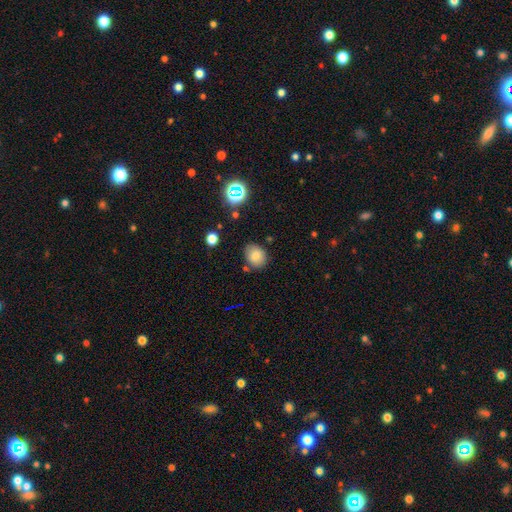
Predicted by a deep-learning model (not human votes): This is likely a smooth galaxy (79%). How rounded: possibly round (51%). Merging: likely none (78%).